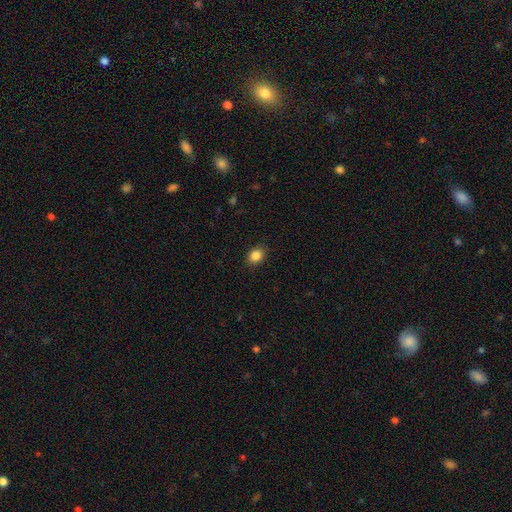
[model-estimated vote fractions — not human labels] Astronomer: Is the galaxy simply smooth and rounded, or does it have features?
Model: smooth — 86%.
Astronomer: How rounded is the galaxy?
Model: round — 52% (runner-up: in between, 47%).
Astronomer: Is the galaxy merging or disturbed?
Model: none — 88%.